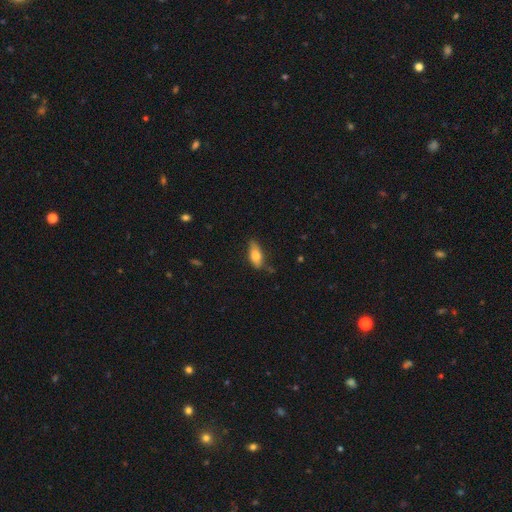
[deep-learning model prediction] Smooth or featured? smooth (75%)
How rounded? in between (77%)
Merging? none (67%)